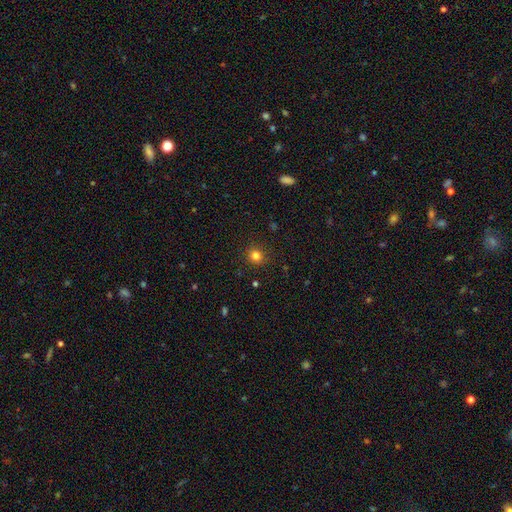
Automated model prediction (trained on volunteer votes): This is clearly a smooth galaxy (81%). How rounded: clearly round (87%). Merging: clearly none (88%).